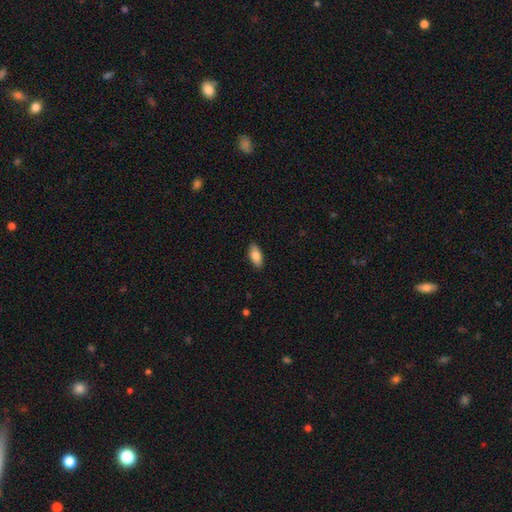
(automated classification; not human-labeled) smooth_or_featured: smooth (p=0.82) [alt: featured or disk p=0.12]
how_rounded: in between (p=0.88) [alt: cigar-shaped p=0.10]
merging: none (p=0.89) [alt: minor disturbance p=0.09]